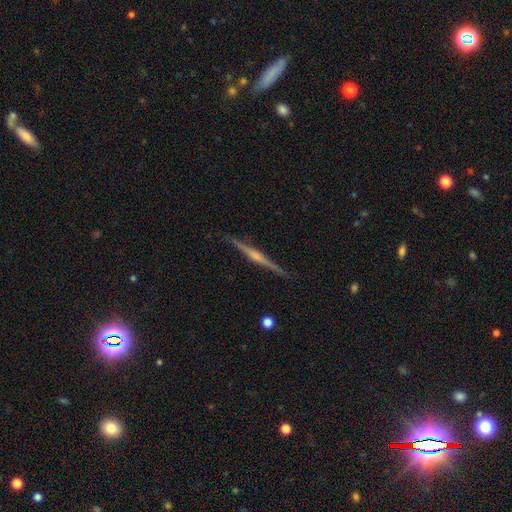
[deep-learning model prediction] Smooth or featured? Predicted: featured or disk (p=0.82). Edge-on disk? Predicted: yes (p=0.98). Edge-on bulge? Predicted: rounded (p=0.70). Merging? Predicted: none (p=0.91).